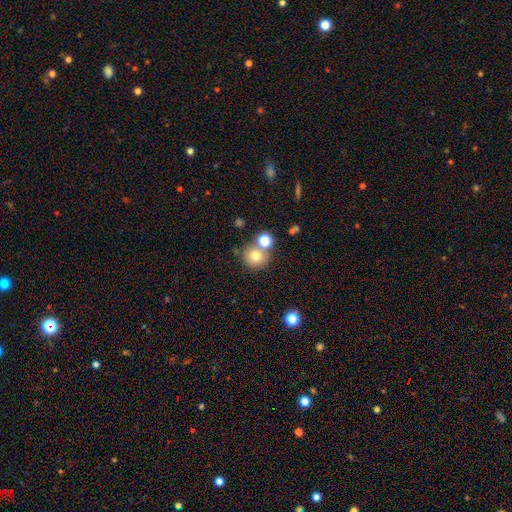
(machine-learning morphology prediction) Overall: smooth (75%). How rounded: round (89%). Merging: none (62%; merger 26%).